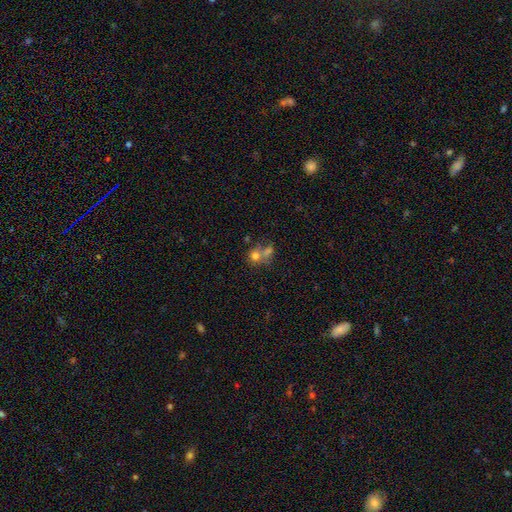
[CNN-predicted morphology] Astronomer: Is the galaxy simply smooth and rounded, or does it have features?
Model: smooth — 68%.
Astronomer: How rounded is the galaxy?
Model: round — 74%.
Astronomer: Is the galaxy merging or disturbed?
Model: merger — 51% (runner-up: none, 33%).